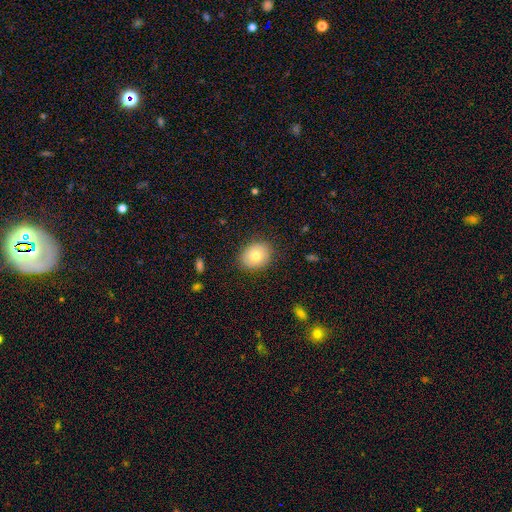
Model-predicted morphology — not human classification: Q: Smooth or featured?
A: smooth (75%); runner-up: featured or disk (17%)
Q: How rounded?
A: round (58%); runner-up: in between (41%)
Q: Merging?
A: none (87%); runner-up: minor disturbance (10%)